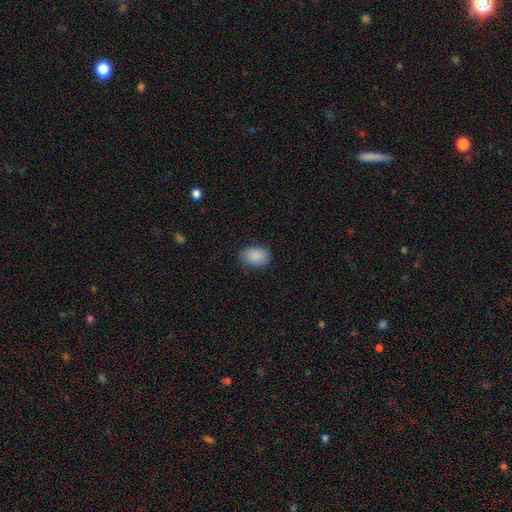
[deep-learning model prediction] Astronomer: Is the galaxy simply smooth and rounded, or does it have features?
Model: smooth — 88%.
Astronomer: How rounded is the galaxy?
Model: in between — 79%.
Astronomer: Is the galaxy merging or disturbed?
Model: none — 80%.